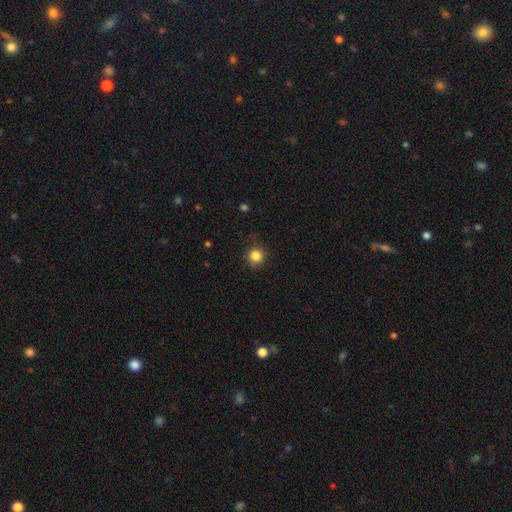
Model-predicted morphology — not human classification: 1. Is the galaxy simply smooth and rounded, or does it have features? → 84% smooth, 12% star or artifact, 4% featured or disk.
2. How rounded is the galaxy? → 93% round, 6% in between, 1% cigar-shaped.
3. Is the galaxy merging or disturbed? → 86% none, 10% minor disturbance, 3% major disturbance, 1% merger.